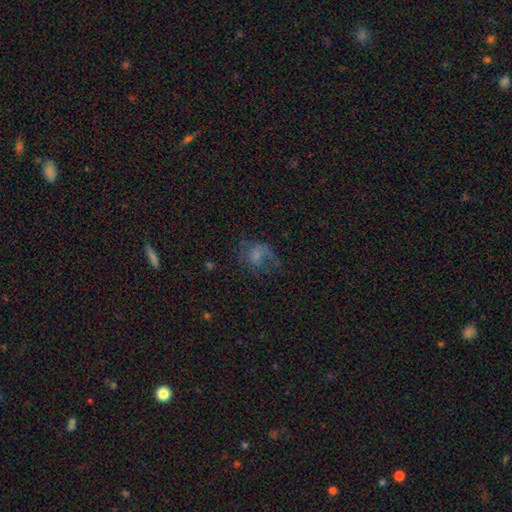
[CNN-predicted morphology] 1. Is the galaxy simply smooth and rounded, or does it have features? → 45% featured or disk, 36% smooth, 19% star or artifact.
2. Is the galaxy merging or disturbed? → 43% none, 34% major disturbance, 21% minor disturbance, 3% merger.